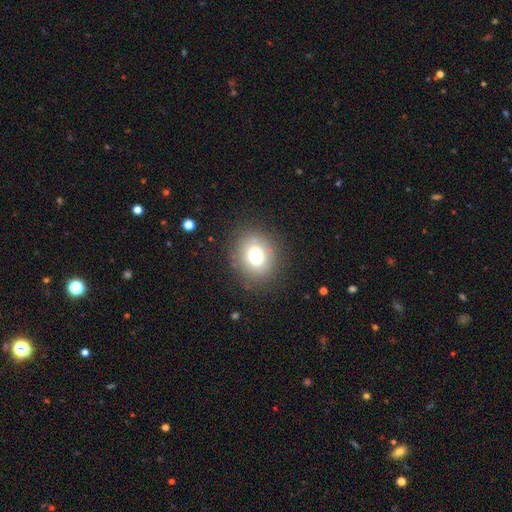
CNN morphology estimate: smooth 75%, featured or disk 13%, star or artifact 12%. Down the decision tree: how rounded — round (63%); merging — none (84%).